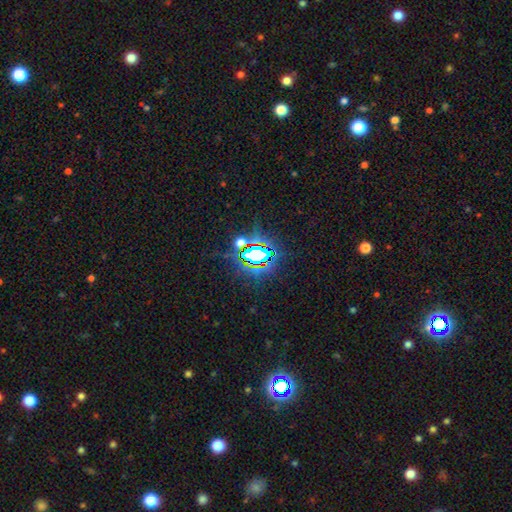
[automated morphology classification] Smooth or featured? star or artifact (74%)